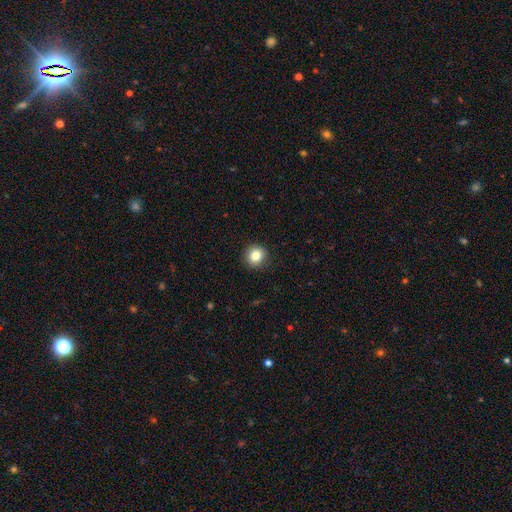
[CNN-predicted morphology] smooth 84%, star or artifact 10%, featured or disk 6%. Down the decision tree: how rounded — round (89%); merging — none (91%).